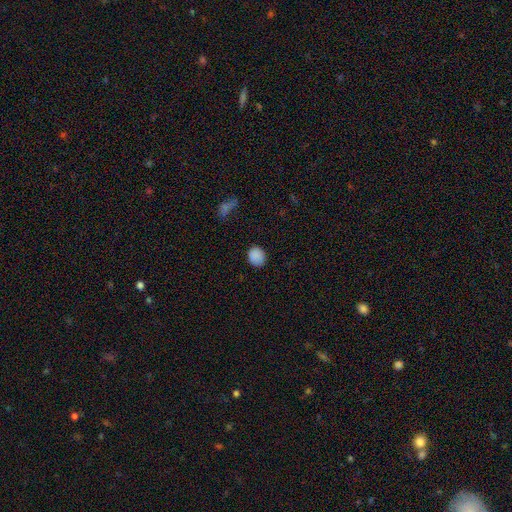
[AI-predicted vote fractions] This is clearly a smooth galaxy (87%). How rounded: likely round (64%). Merging: clearly none (84%).